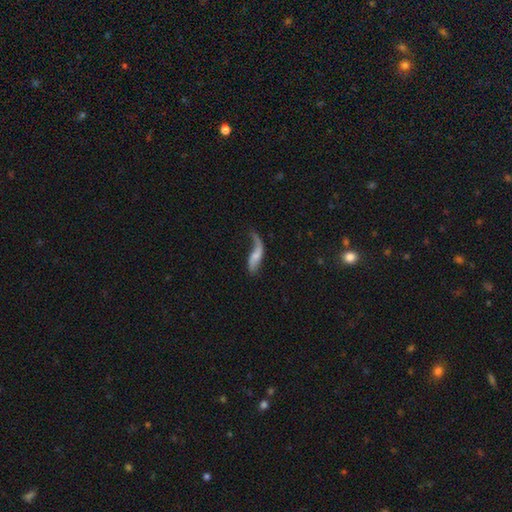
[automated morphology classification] A featured or disk galaxy (54%).

Vote fractions:
- Smooth or featured? featured or disk: 54% / smooth: 38% / star or artifact: 7%
- Edge-on disk? no: 86% / yes: 14%
- Merging? major disturbance: 38% / none: 31% / minor disturbance: 24% / merger: 7%